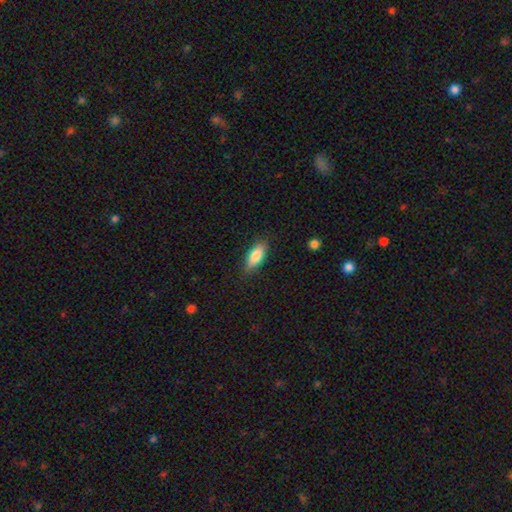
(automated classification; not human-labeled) This is clearly a smooth galaxy (82%). How rounded: likely in between (78%). Merging: clearly none (84%).